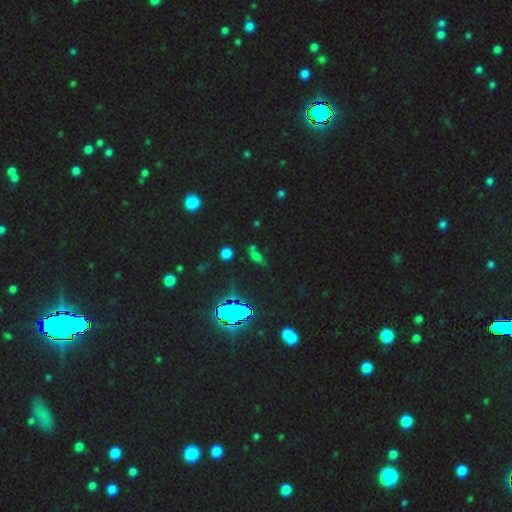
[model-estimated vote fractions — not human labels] Smooth or featured? star or artifact (46%)